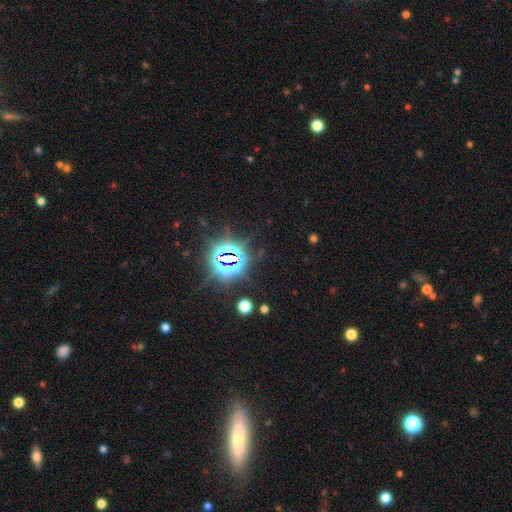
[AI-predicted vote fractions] Smooth or featured: star or artifact — 80% (smooth — 11%)